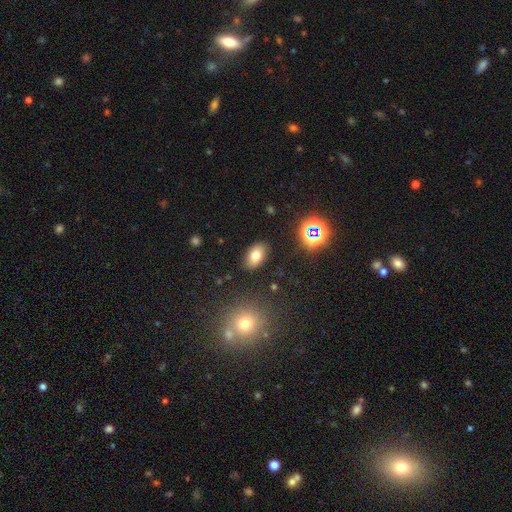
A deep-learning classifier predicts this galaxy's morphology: A smooth galaxy with no disk features (75%) that is in between round and cigar-shaped (90%).

Vote fractions:
- Smooth or featured? smooth: 75% / star or artifact: 13% / featured or disk: 12%
- How rounded? in between: 90% / round: 8% / cigar-shaped: 2%
- Merging? none: 86% / minor disturbance: 9% / major disturbance: 3% / merger: 2%